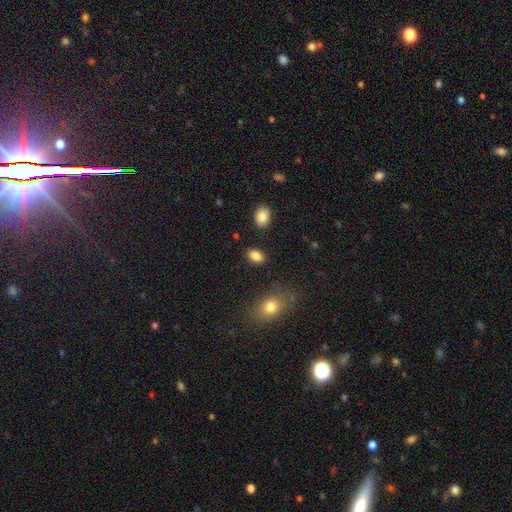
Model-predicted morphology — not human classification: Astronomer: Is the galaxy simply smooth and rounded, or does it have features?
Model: smooth — 86%.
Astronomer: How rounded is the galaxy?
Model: in between — 86%.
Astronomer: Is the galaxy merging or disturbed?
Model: none — 86%.